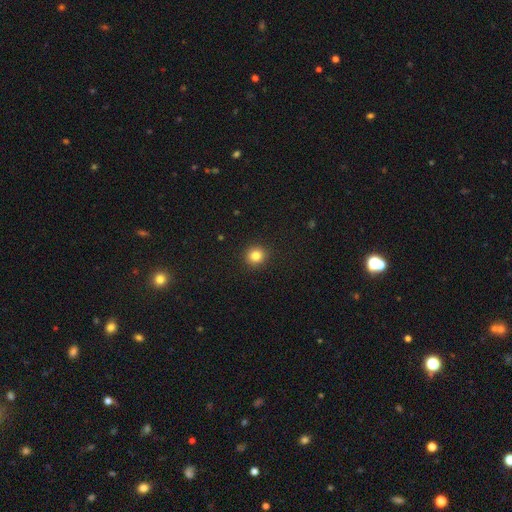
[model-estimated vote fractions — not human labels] Smooth or featured? Predicted: smooth (p=0.83). How rounded? Predicted: round (p=0.92). Merging? Predicted: none (p=0.92).